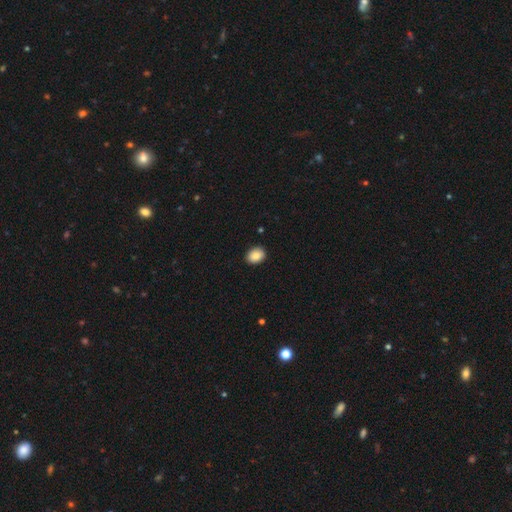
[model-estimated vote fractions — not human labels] A smooth galaxy with no disk features (88%) that is in between round and cigar-shaped (65%).

Vote fractions:
- Smooth or featured? smooth: 88% / star or artifact: 8% / featured or disk: 4%
- How rounded? in between: 65% / round: 34% / cigar-shaped: 1%
- Merging? none: 89% / minor disturbance: 8% / major disturbance: 2% / merger: 1%